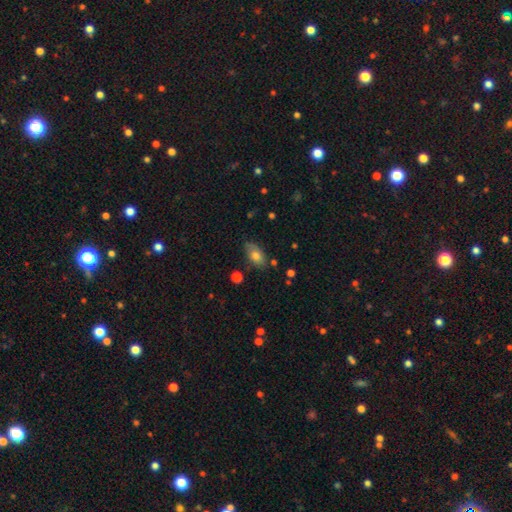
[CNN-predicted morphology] Overall: smooth (72%). How rounded: in between (89%). Merging: none (71%).